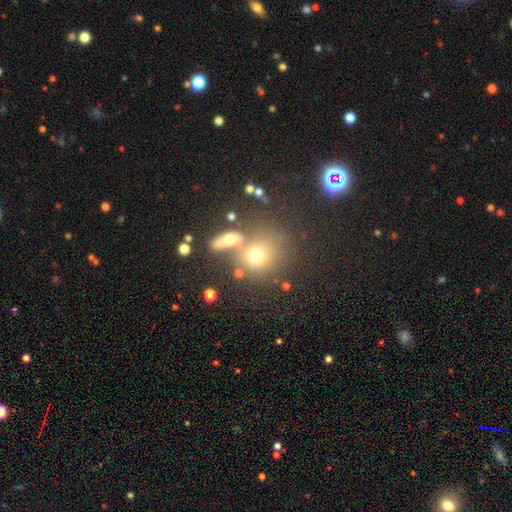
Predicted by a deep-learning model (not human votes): Q: Smooth or featured?
A: smooth (69%); runner-up: featured or disk (16%)
Q: How rounded?
A: round (71%); runner-up: in between (27%)
Q: Merging?
A: none (49%); runner-up: merger (31%)